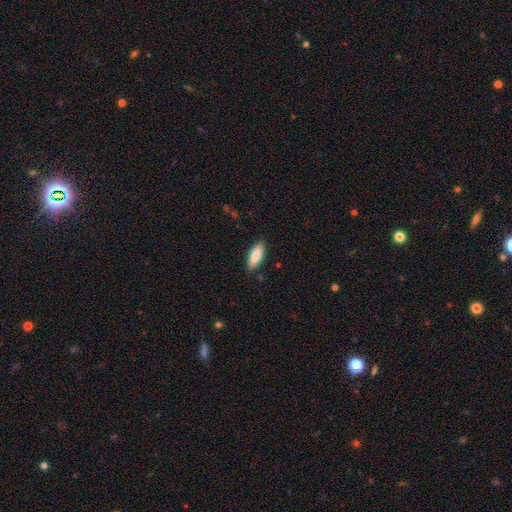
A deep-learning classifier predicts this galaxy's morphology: Smooth or featured? Predicted: smooth (p=0.82). How rounded? Predicted: in between (p=0.71). Merging? Predicted: none (p=0.87).